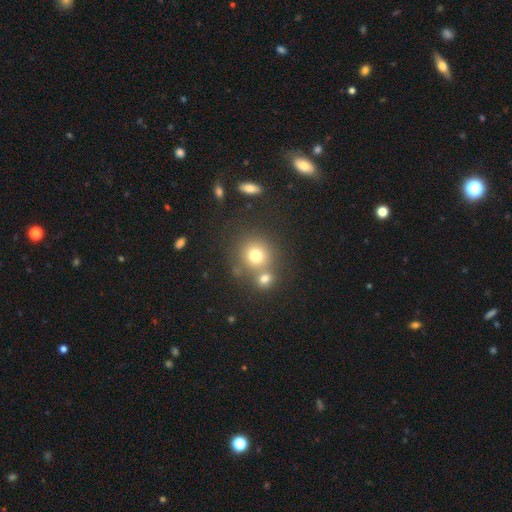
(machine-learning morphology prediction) Smooth or featured?
  - smooth: 75% *
  - star or artifact: 14%
  - featured or disk: 11%
How rounded?
  - round: 86% *
  - in between: 13%
  - cigar-shaped: 1%
Merging?
  - none: 58% *
  - merger: 30%
  - minor disturbance: 8%
  - major disturbance: 4%